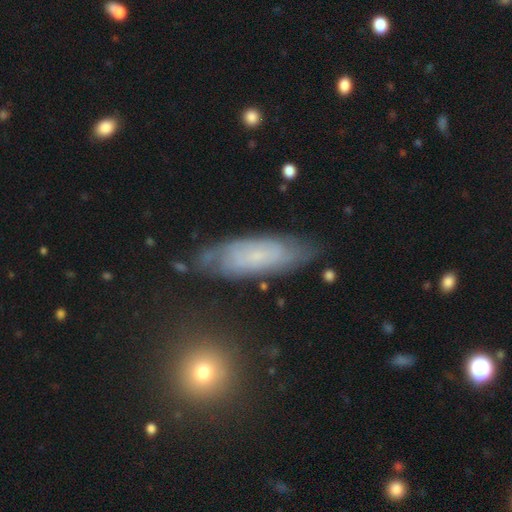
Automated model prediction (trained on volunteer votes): This is possibly a featured or disk galaxy (60%). It is clearly not viewed edge-on (82%). Merging: likely none (72%).